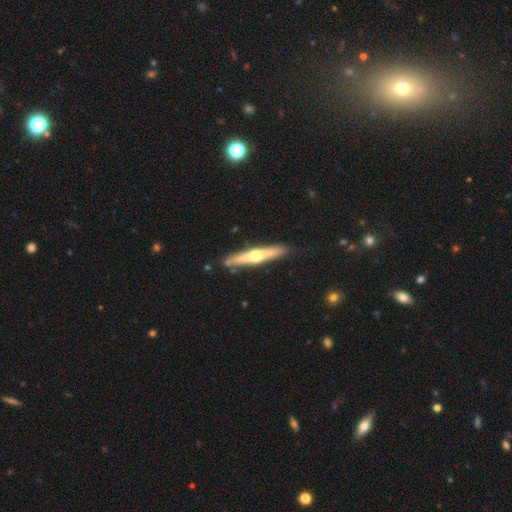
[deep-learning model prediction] Morphology: type=featured or disk (68%); edge-on=yes (97%); edge-on bulge=rounded (93%); merging=none (88%).